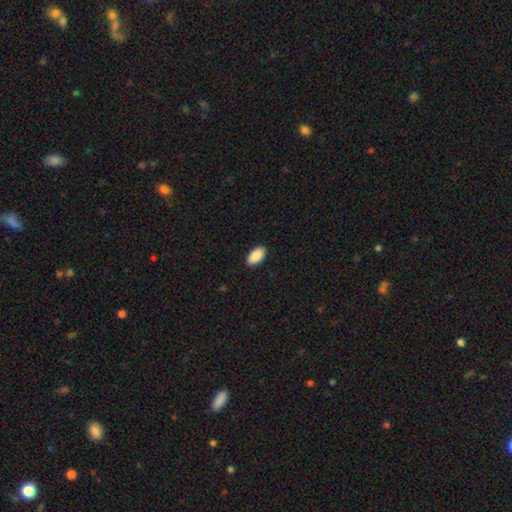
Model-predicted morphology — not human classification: smooth 90%, star or artifact 6%, featured or disk 3%. Down the decision tree: how rounded — in between (95%); merging — none (90%).